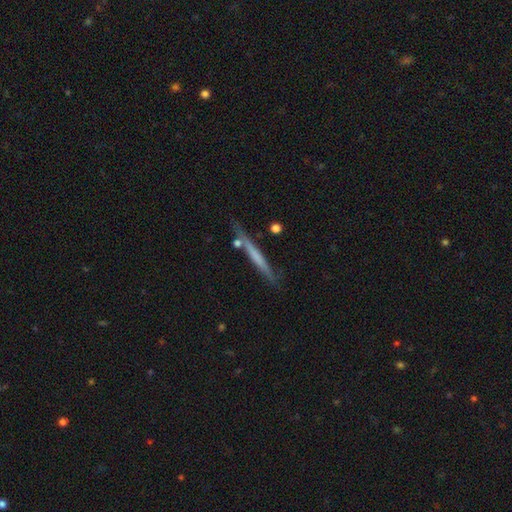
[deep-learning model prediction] This is possibly a featured or disk galaxy (47%). Merging: likely none (78%).